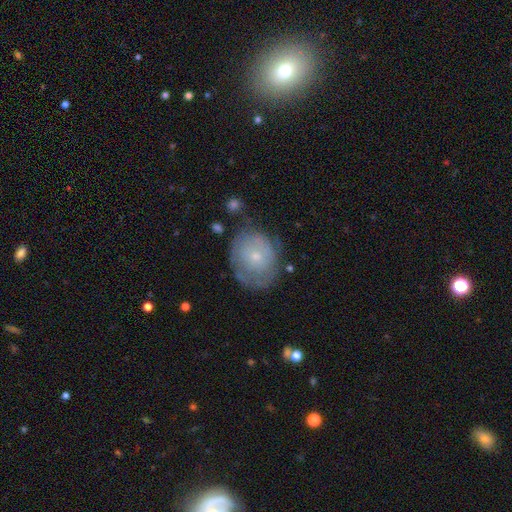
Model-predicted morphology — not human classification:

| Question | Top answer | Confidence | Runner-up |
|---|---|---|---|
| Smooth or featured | featured or disk | 46% | tied: smooth (46%) |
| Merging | none | 60% | minor disturbance (25%) |